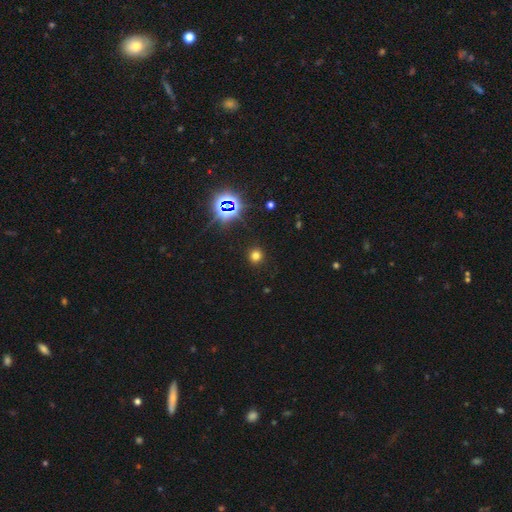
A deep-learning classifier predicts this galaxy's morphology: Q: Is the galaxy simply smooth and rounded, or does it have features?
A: smooth — 70%.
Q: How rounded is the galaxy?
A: round — 92%.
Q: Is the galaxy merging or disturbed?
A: none — 91%.